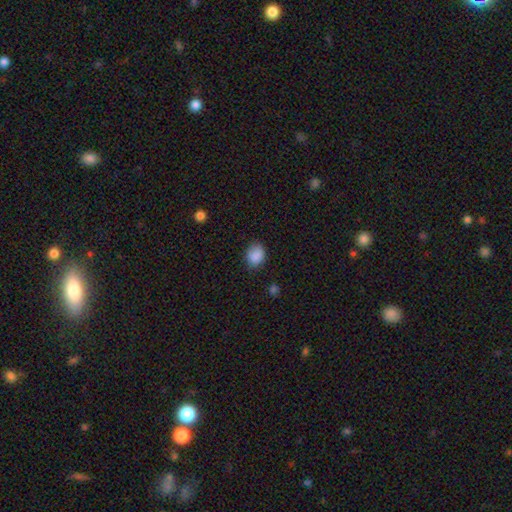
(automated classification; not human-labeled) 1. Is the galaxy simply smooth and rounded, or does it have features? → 87% smooth, 9% star or artifact, 4% featured or disk.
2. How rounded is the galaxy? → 51% in between, 48% round, 1% cigar-shaped.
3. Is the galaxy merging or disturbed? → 75% none, 20% minor disturbance, 4% major disturbance, 1% merger.